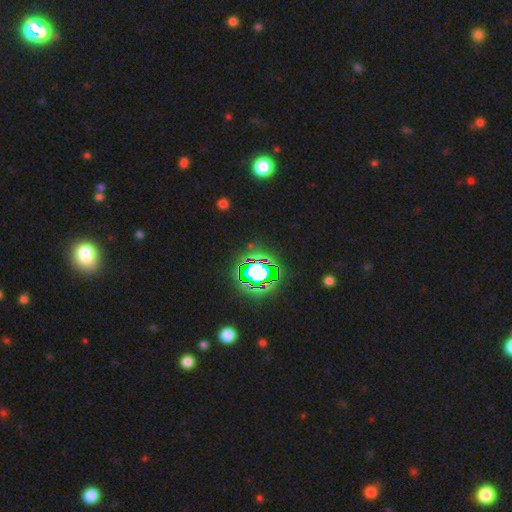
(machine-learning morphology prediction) star or artifact 81%, smooth 12%, featured or disk 7%.